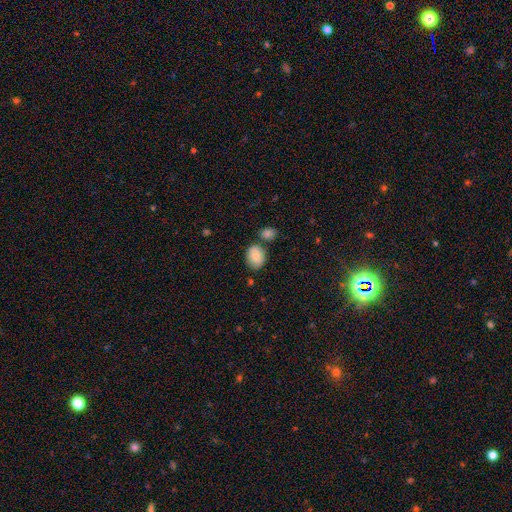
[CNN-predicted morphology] This appears to be a smooth galaxy with no disk features (84%) that is in between round and cigar-shaped (64%). Merging: none (65%).